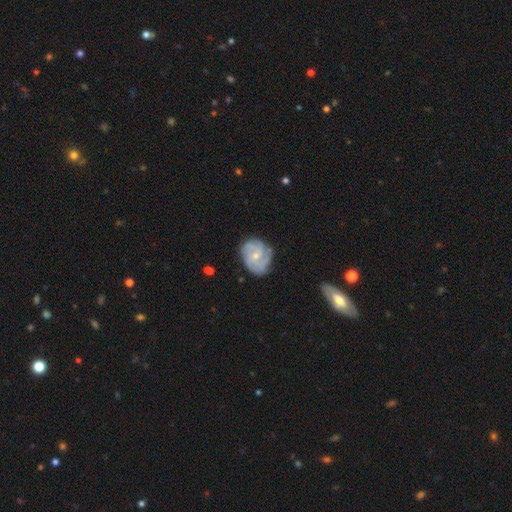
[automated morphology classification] Smooth or featured: featured or disk — 80% (smooth — 15%)
Edge-on disk: no — 98% (yes — 2%)
Bar: no — 65% (weak — 30%)
Spiral arms: yes — 94% (no — 6%)
Spiral winding: tight — 52% (medium — 38%)
Spiral arm count: 3 — 37% (can't tell — 22%)
Bulge size: small — 60% (moderate — 36%)
Merging: none — 69% (minor disturbance — 22%)